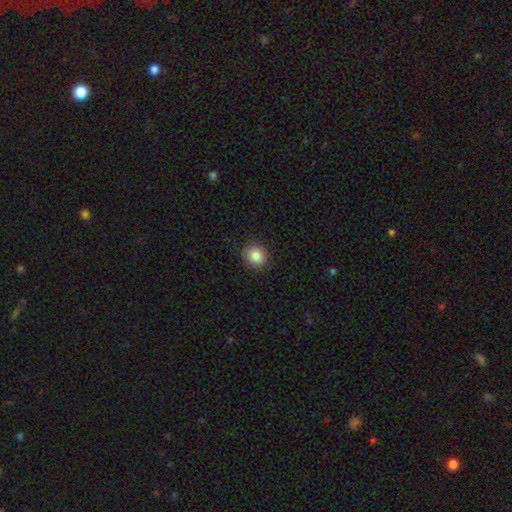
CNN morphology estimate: Smooth or featured? smooth (86%)
How rounded? round (85%)
Merging? none (90%)